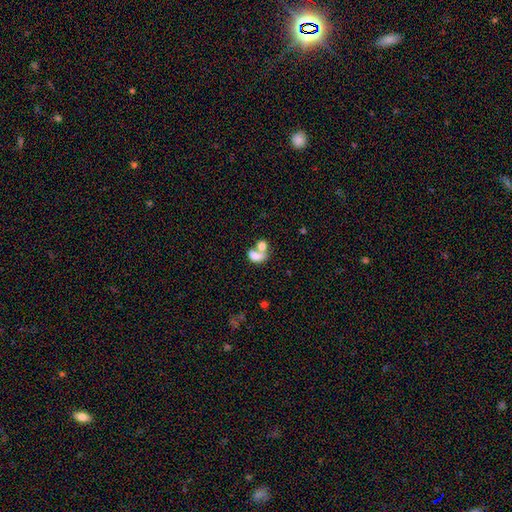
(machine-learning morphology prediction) Smooth or featured? smooth (70%)
How rounded? in between (72%)
Merging? merger (66%)